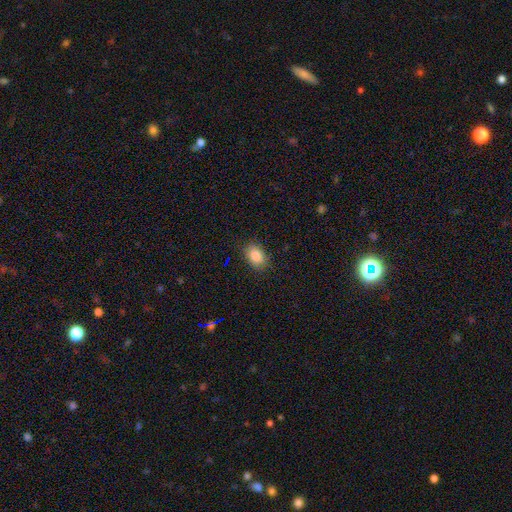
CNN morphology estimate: A smooth galaxy with no disk features (86%) that is in between round and cigar-shaped (84%). Merging: none (85%).